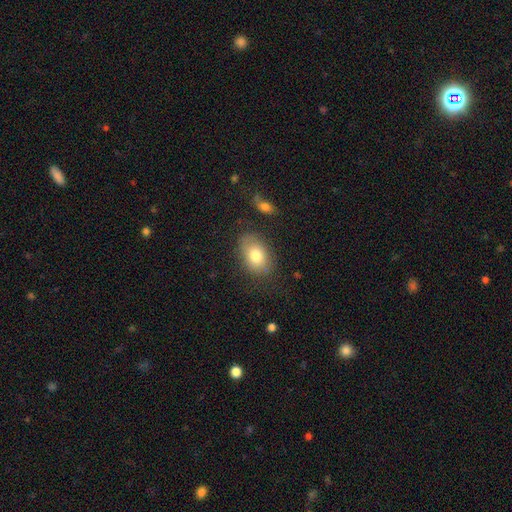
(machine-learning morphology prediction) Smooth or featured? Predicted: smooth (p=0.78). How rounded? Predicted: in between (p=0.83). Merging? Predicted: none (p=0.74).